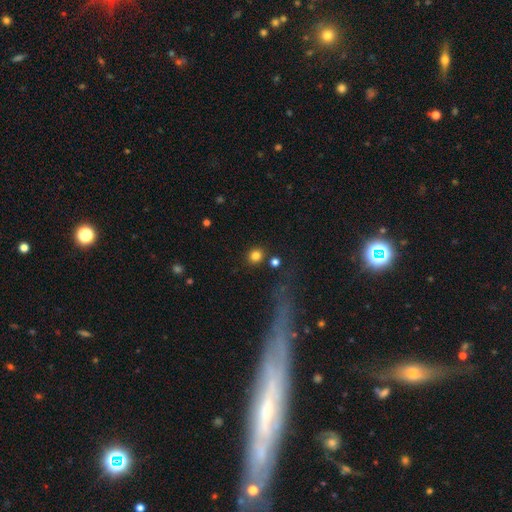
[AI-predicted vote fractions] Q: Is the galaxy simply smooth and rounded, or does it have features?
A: smooth — 82%.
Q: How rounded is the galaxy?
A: round — 86%.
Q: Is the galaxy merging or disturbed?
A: none — 83%.